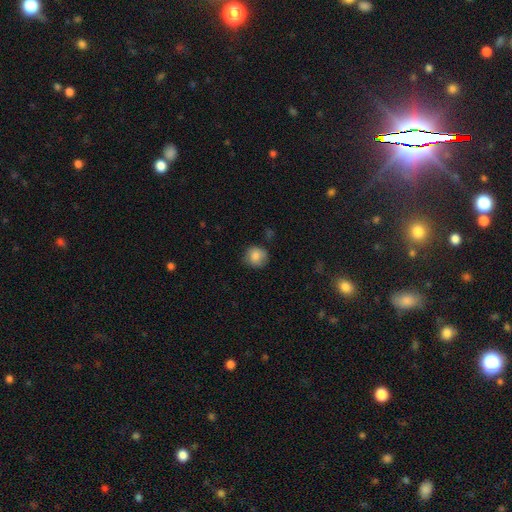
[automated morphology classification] Overall: smooth (85%). How rounded: round (86%). Merging: none (76%).